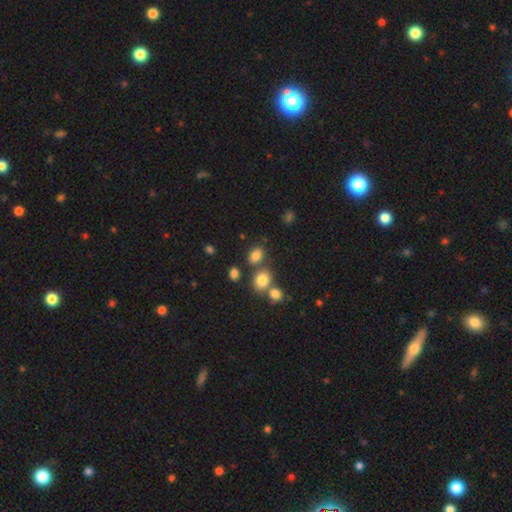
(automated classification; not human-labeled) This appears to be a smooth galaxy with no disk features (80%) that is in between round and cigar-shaped (69%). Merging: none (63%).